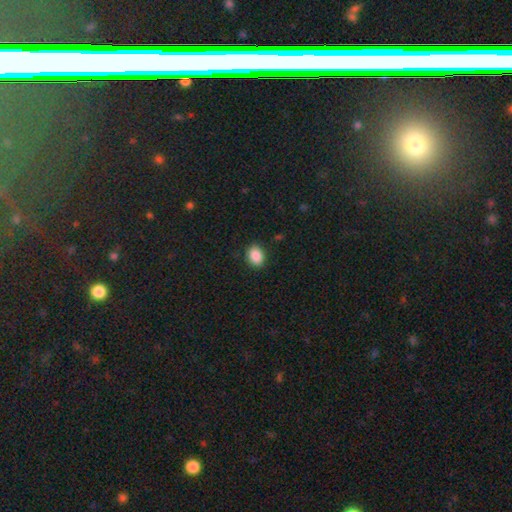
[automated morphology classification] A smooth galaxy with no disk features (88%) that is in between round and cigar-shaped (69%).

Vote fractions:
- Smooth or featured? smooth: 88% / star or artifact: 8% / featured or disk: 4%
- How rounded? in between: 69% / round: 30% / cigar-shaped: 1%
- Merging? none: 88% / minor disturbance: 9% / major disturbance: 2% / merger: 1%